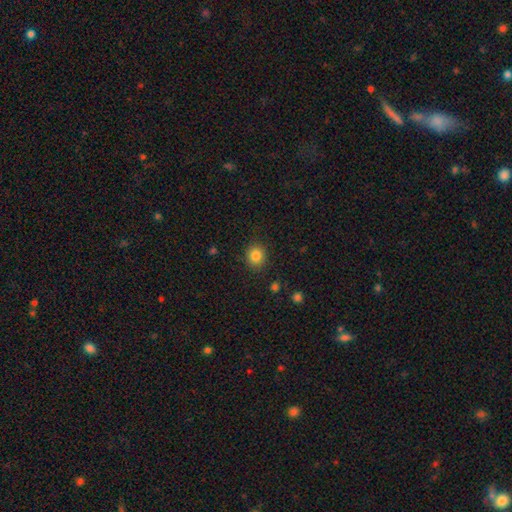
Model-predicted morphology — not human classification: A smooth galaxy with no disk features (85%) that is round (80%).

Vote fractions:
- Smooth or featured? smooth: 85% / star or artifact: 11% / featured or disk: 5%
- How rounded? round: 80% / in between: 19% / cigar-shaped: 1%
- Merging? none: 88% / minor disturbance: 8% / major disturbance: 3% / merger: 1%